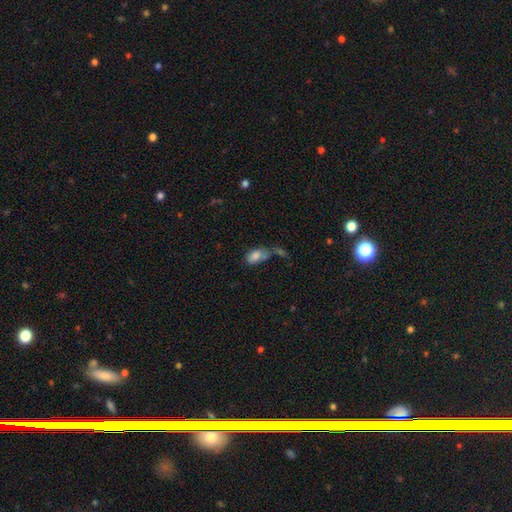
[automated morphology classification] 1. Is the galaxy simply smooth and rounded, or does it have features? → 76% smooth, 14% featured or disk, 10% star or artifact.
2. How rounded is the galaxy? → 90% in between, 7% round, 3% cigar-shaped.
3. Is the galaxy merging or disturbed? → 35% merger, 28% none, 19% minor disturbance, 18% major disturbance.